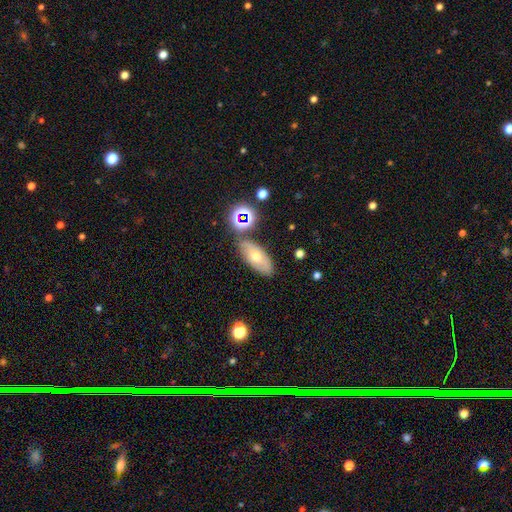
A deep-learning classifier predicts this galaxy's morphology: type=smooth (47%); merging=none (75%).